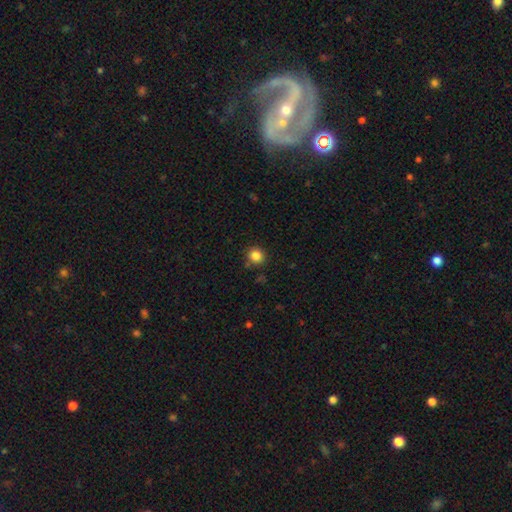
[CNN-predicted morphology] smooth_or_featured: smooth (p=0.85) [alt: star or artifact p=0.11]
how_rounded: round (p=0.90) [alt: in between p=0.09]
merging: none (p=0.87) [alt: minor disturbance p=0.08]